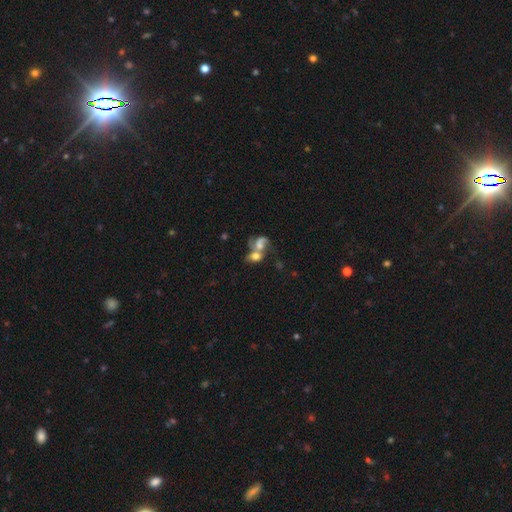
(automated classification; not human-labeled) The model was most divided on "smooth or featured": smooth: 49%, featured or disk: 40%, star or artifact: 11%. More confident: merging — merger (67%).